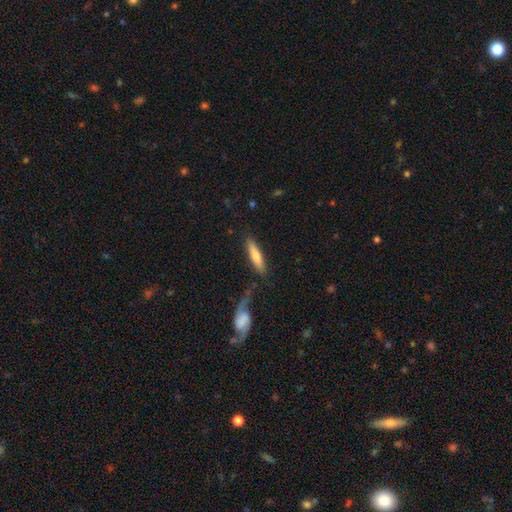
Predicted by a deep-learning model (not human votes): This appears to be a smooth galaxy with no disk features (64%) that is cigar-shaped (75%). Merging: none (66%).